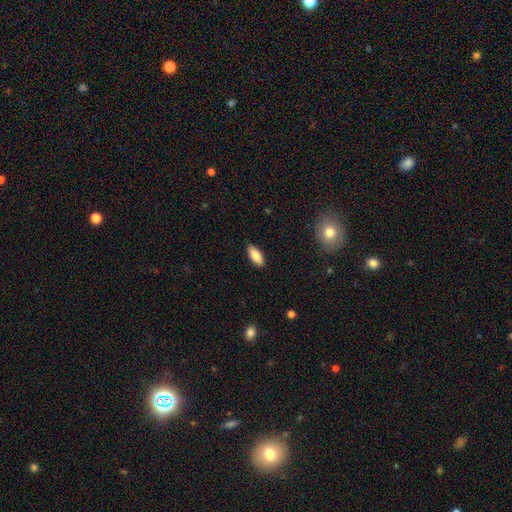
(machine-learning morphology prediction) smooth 84%, featured or disk 10%, star or artifact 6%. Down the decision tree: how rounded — in between (80%); merging — none (88%).